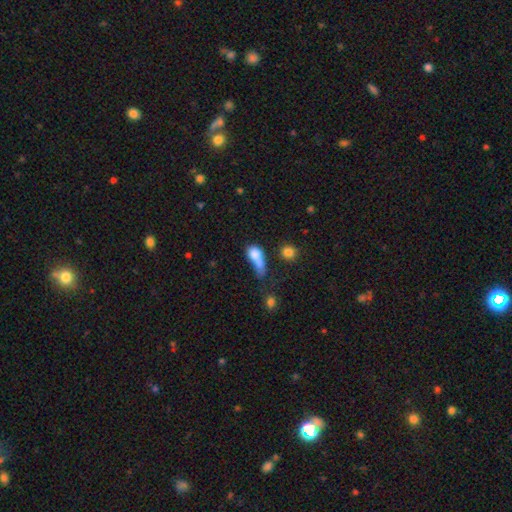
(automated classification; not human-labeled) Q: Smooth or featured?
A: smooth (74%); runner-up: featured or disk (15%)
Q: How rounded?
A: in between (60%); runner-up: round (27%)
Q: Merging?
A: merger (39%); runner-up: major disturbance (25%)